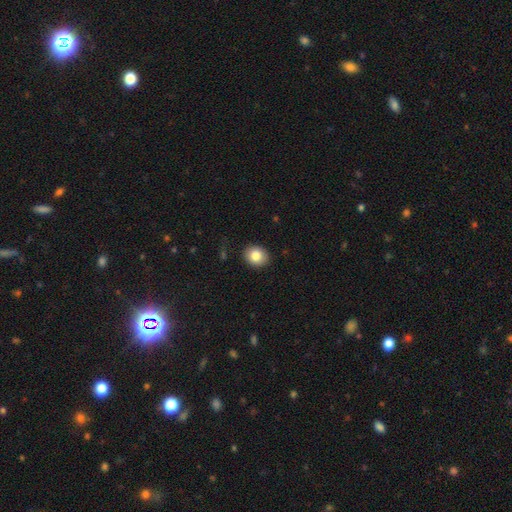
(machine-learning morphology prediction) The model was most divided on "how rounded": round: 66%, in between: 33%, cigar-shaped: 1%. More confident: merging — none (89%); smooth or featured — smooth (83%).